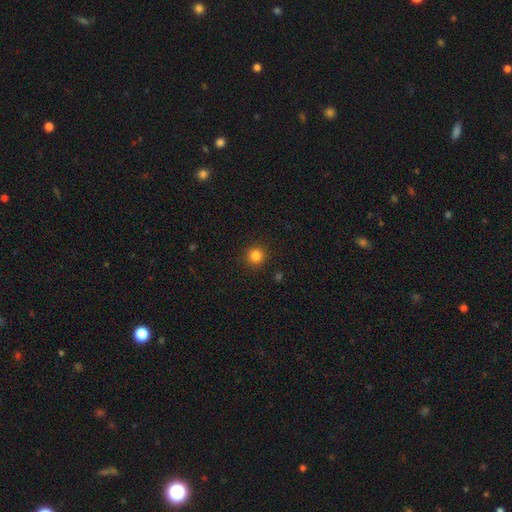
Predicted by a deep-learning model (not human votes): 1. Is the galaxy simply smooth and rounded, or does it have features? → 83% smooth, 13% star or artifact, 4% featured or disk.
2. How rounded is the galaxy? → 95% round, 4% in between, 1% cigar-shaped.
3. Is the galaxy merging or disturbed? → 92% none, 5% minor disturbance, 2% major disturbance, 1% merger.